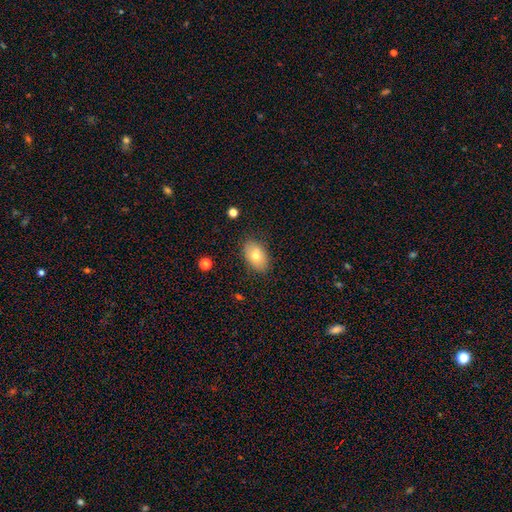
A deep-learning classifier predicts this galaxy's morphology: Smooth or featured?
  - smooth: 72% *
  - featured or disk: 20%
  - star or artifact: 8%
How rounded?
  - in between: 88% *
  - round: 11%
  - cigar-shaped: 1%
Merging?
  - none: 84% *
  - minor disturbance: 12%
  - major disturbance: 3%
  - merger: 1%